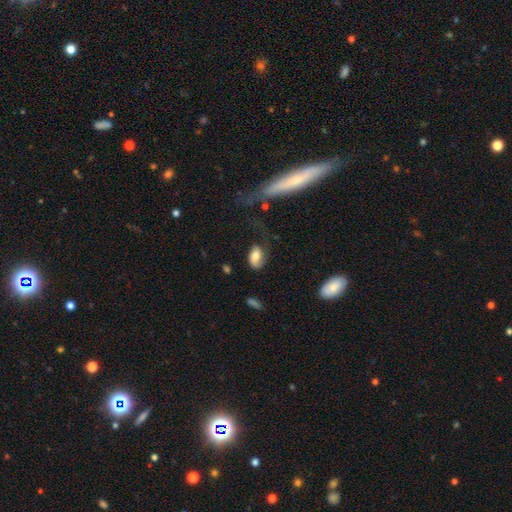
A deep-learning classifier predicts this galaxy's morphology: The model was most divided on "merging": none: 45%, minor disturbance: 27%, major disturbance: 24%, merger: 4%. More confident: how rounded — in between (90%); smooth or featured — smooth (63%).